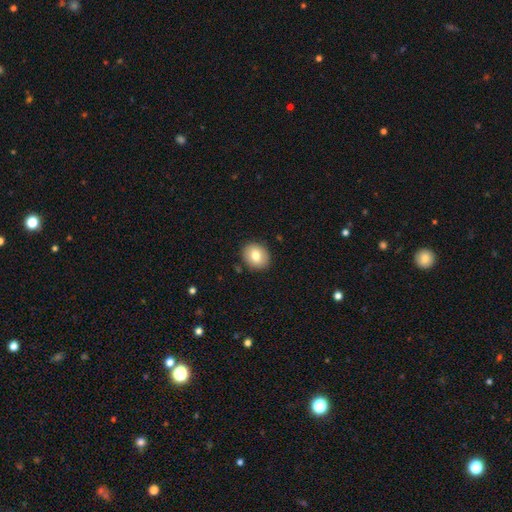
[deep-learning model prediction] smooth_or_featured: smooth (p=0.79) [alt: featured or disk p=0.13]
how_rounded: round (p=0.62) [alt: in between p=0.37]
merging: none (p=0.89) [alt: minor disturbance p=0.08]